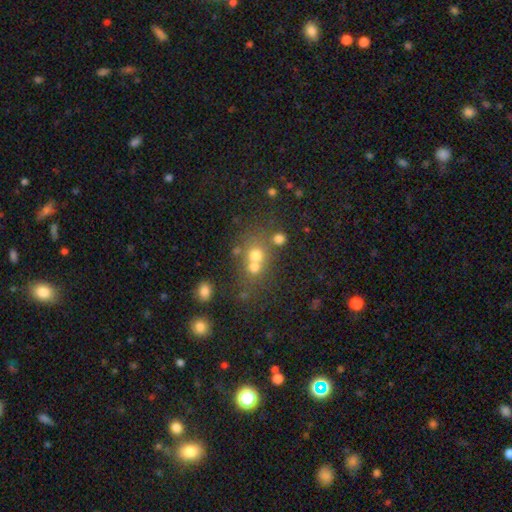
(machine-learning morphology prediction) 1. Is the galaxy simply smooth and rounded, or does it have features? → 65% smooth, 19% star or artifact, 17% featured or disk.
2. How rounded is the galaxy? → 80% round, 19% in between, 1% cigar-shaped.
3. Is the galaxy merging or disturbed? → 47% merger, 41% none, 8% minor disturbance, 5% major disturbance.